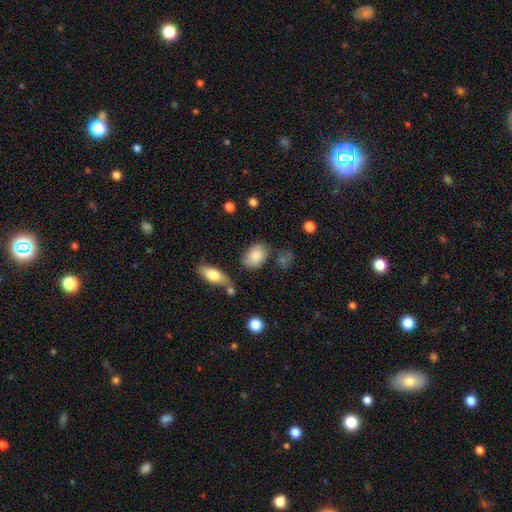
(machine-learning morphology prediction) Q: Smooth or featured?
A: smooth (80%); runner-up: featured or disk (12%)
Q: How rounded?
A: in between (83%); runner-up: round (16%)
Q: Merging?
A: none (62%); runner-up: minor disturbance (23%)